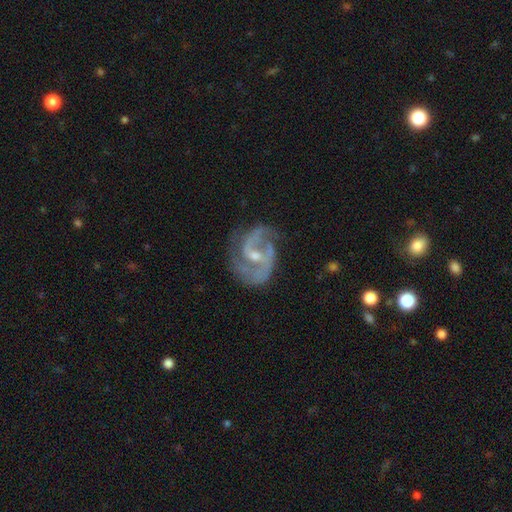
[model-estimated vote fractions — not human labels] Smooth or featured? Predicted: featured or disk (p=0.90). Edge-on disk? Predicted: no (p=0.98). Bar? Predicted: weak (p=0.51). Spiral arms? Predicted: yes (p=0.97). Spiral winding? Predicted: medium (p=0.57). Spiral arm count? Predicted: 2 (p=0.73). Bulge size? Predicted: small (p=0.52). Merging? Predicted: none (p=0.64).